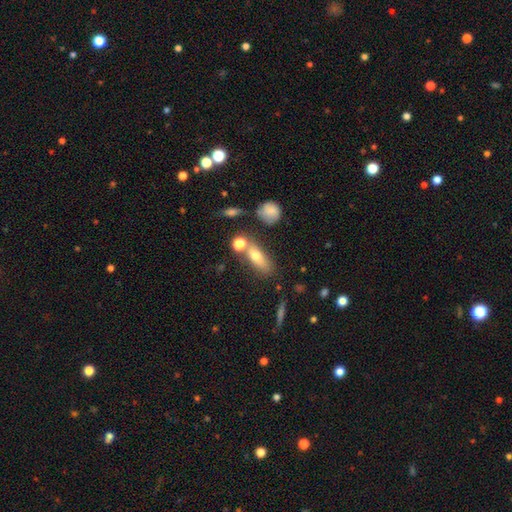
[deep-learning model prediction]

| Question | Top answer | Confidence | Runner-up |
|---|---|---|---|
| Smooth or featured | smooth | 68% | featured or disk (21%) |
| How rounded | in between | 57% | cigar-shaped (34%) |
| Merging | none | 55% | merger (22%) |